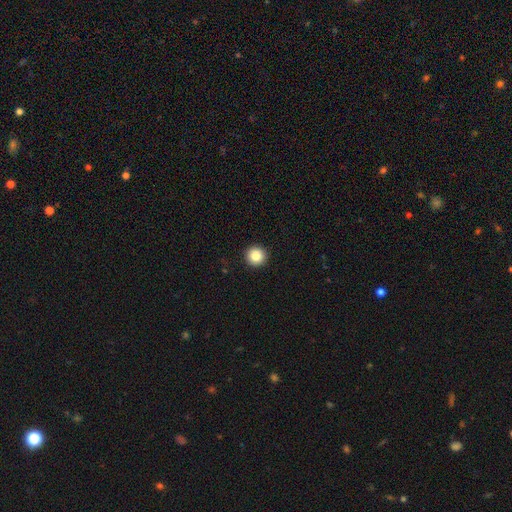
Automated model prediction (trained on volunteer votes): Smooth or featured?
  - smooth: 84% *
  - star or artifact: 10%
  - featured or disk: 5%
How rounded?
  - round: 96% *
  - in between: 3%
  - cigar-shaped: 1%
Merging?
  - none: 94% *
  - minor disturbance: 4%
  - major disturbance: 1%
  - merger: 1%